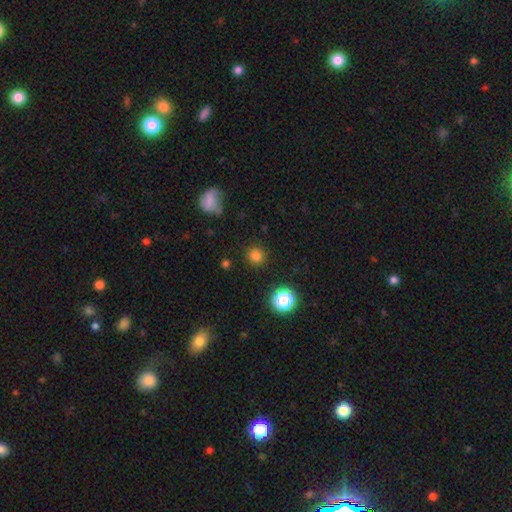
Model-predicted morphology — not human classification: A smooth galaxy with no disk features (79%) that is round (93%).

Vote fractions:
- Smooth or featured? smooth: 79% / star or artifact: 16% / featured or disk: 5%
- How rounded? round: 93% / in between: 6% / cigar-shaped: 1%
- Merging? none: 90% / minor disturbance: 6% / major disturbance: 2% / merger: 1%